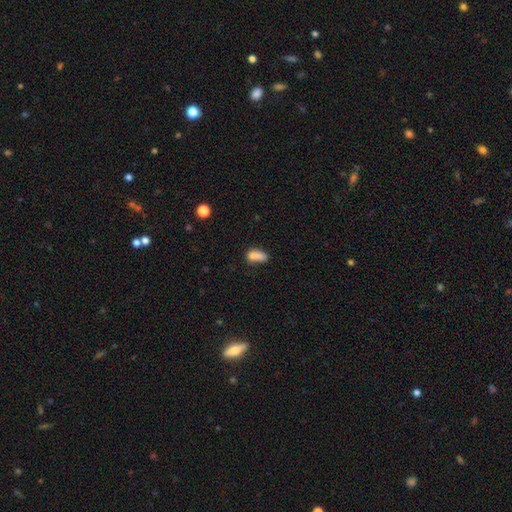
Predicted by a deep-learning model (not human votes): Smooth or featured? Predicted: smooth (p=0.77). How rounded? Predicted: in between (p=0.81). Merging? Predicted: none (p=0.35).